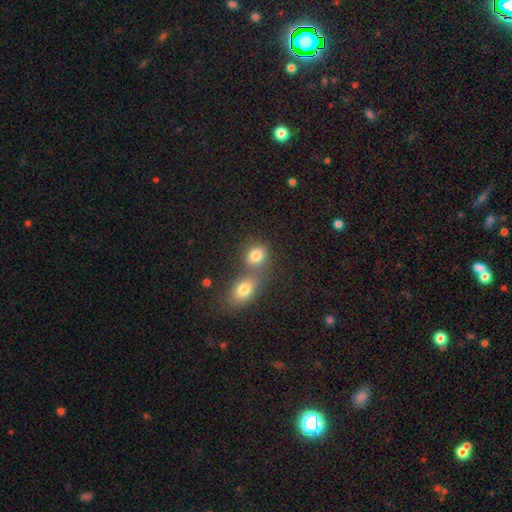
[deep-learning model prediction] Smooth or featured: smooth — 79% (star or artifact — 12%)
How rounded: in between — 53% (round — 45%)
Merging: merger — 48% (none — 40%)